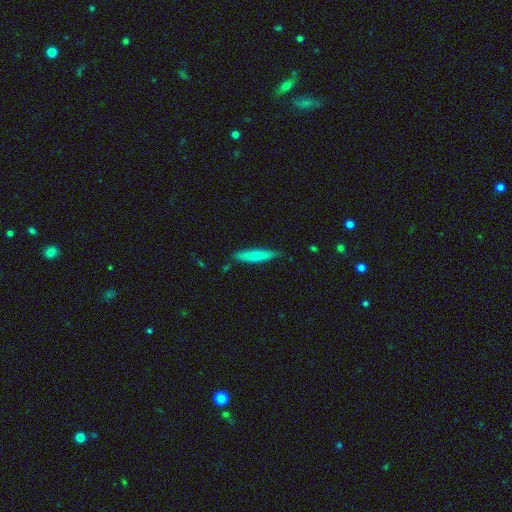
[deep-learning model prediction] Smooth or featured? Predicted: smooth (p=0.73). How rounded? Predicted: cigar-shaped (p=0.86). Merging? Predicted: none (p=0.83).